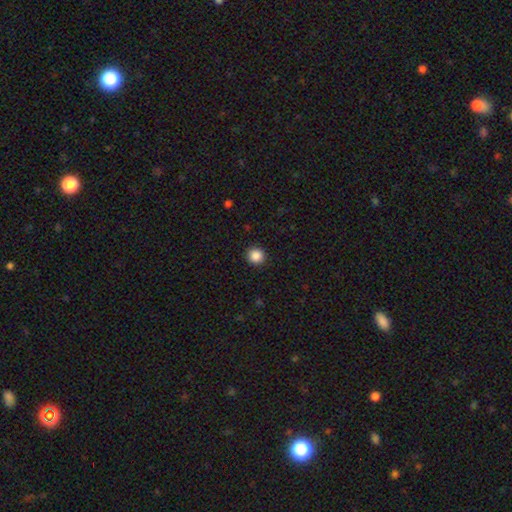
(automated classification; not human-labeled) The model was most divided on "smooth or featured": smooth: 87%, star or artifact: 10%, featured or disk: 3%. More confident: how rounded — round (93%); merging — none (92%).